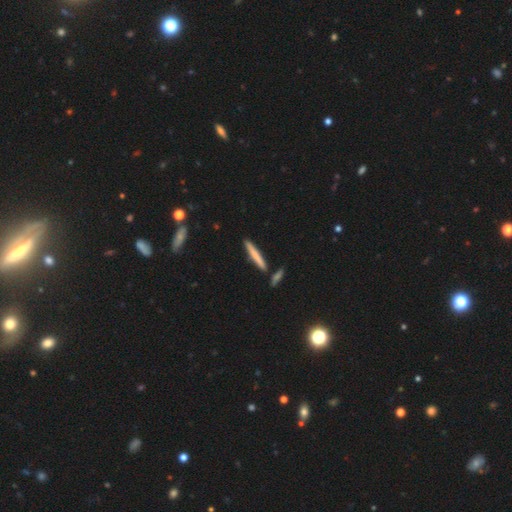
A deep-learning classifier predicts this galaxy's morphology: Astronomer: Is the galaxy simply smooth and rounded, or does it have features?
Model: smooth — 68%.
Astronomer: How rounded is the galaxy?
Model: cigar-shaped — 95%.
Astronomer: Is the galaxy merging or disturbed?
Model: none — 83%.